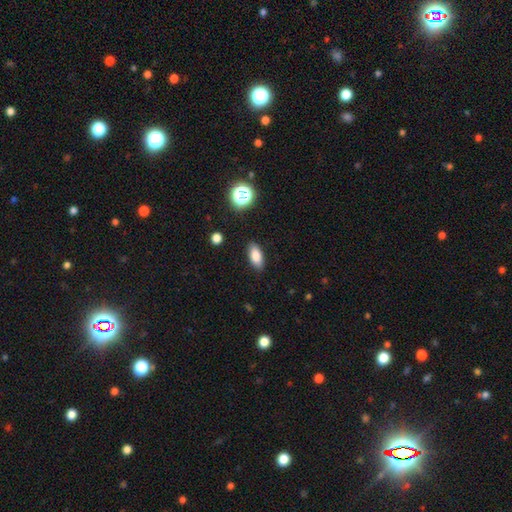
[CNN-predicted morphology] Overall: smooth (82%). How rounded: in between (84%). Merging: none (87%).